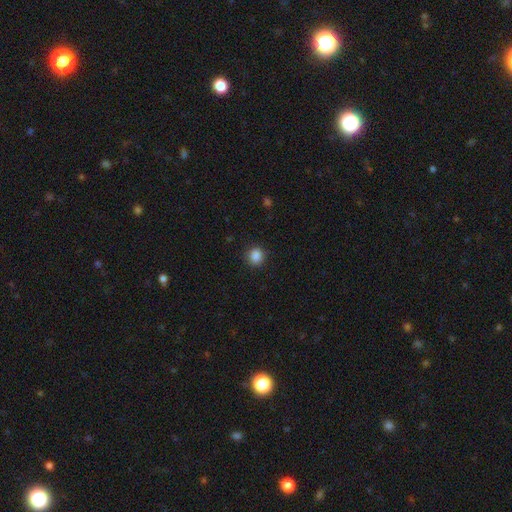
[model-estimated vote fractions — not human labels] This is clearly a smooth galaxy (87%). How rounded: clearly round (81%). Merging: clearly none (87%).